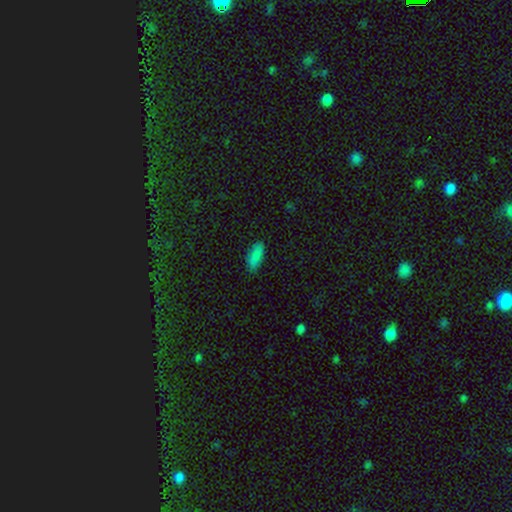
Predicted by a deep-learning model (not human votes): smooth 87%, star or artifact 8%, featured or disk 5%. Down the decision tree: how rounded — in between (81%); merging — none (82%).